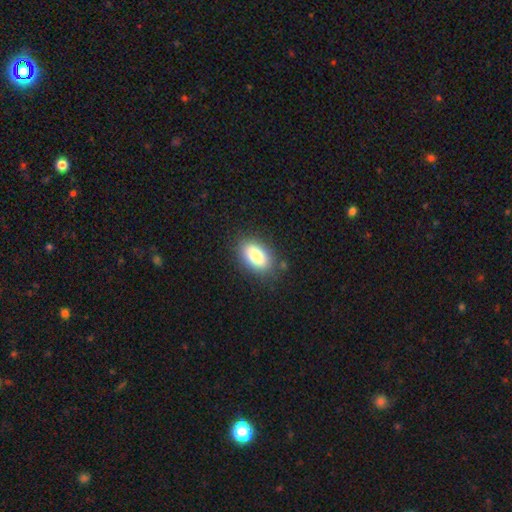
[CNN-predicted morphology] smooth-or-featured: smooth: 83% | featured or disk: 9% | star or artifact: 8%
  how-rounded: in between: 92% | round: 6% | cigar-shaped: 2%
  merging: none: 85% | minor disturbance: 10% | major disturbance: 3% | merger: 2%